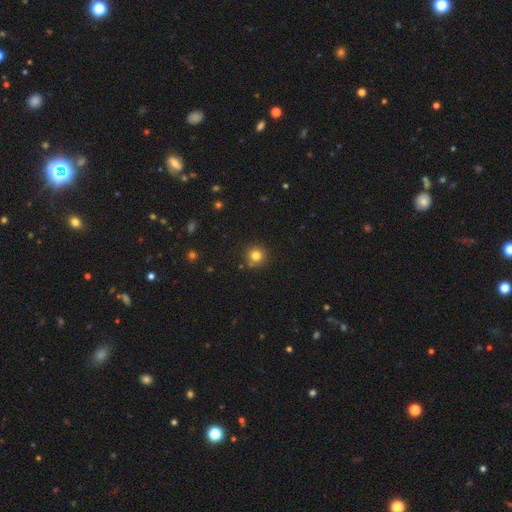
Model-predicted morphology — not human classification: Smooth or featured? Predicted: smooth (p=0.80). How rounded? Predicted: round (p=0.94). Merging? Predicted: none (p=0.86).